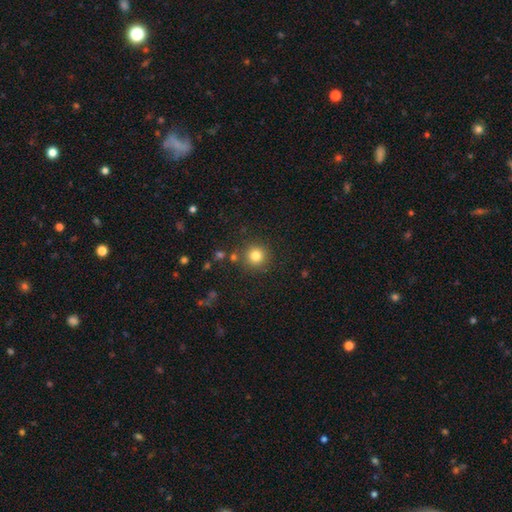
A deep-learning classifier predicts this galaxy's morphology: type=smooth (81%); roundness=round (94%); merging=none (86%).